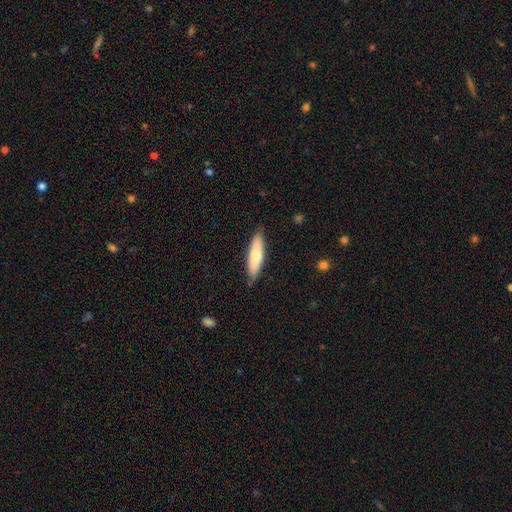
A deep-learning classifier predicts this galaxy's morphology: The model was most divided on "how rounded": cigar-shaped: 70%, in between: 28%, round: 1%. More confident: merging — none (85%); smooth or featured — smooth (74%).